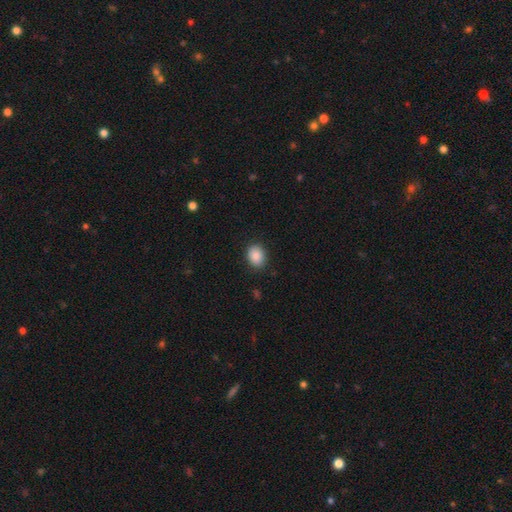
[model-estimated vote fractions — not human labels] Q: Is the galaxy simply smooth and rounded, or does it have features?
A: smooth — 89%.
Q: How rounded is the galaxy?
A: in between — 58%.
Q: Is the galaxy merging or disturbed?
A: none — 87%.